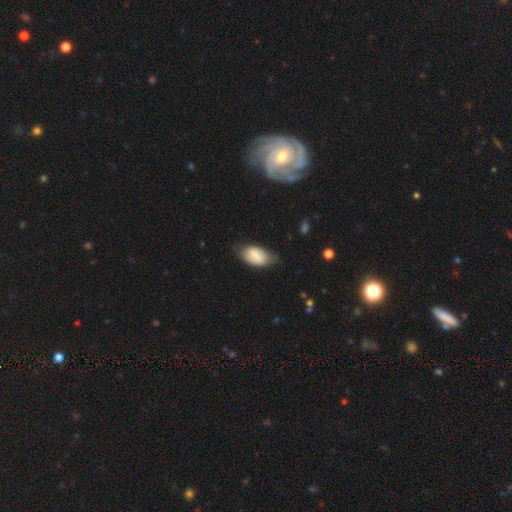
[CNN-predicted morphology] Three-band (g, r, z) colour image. It shows a smooth galaxy with no disk features (80%) that is in between round and cigar-shaped (93%). Merging: none (56%).